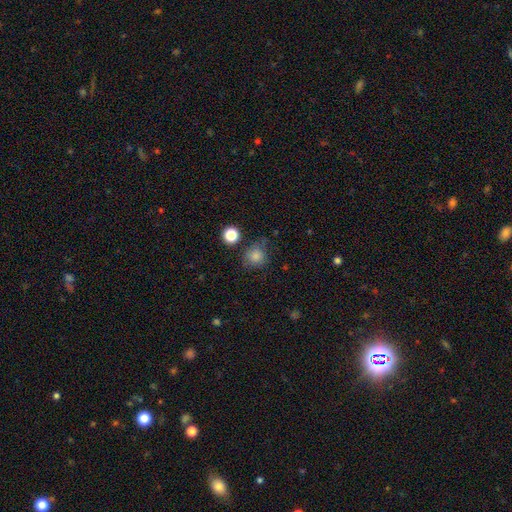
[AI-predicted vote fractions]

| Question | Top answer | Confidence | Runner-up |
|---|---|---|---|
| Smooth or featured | smooth | 82% | star or artifact (13%) |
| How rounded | round | 86% | in between (13%) |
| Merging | none | 69% | minor disturbance (20%) |